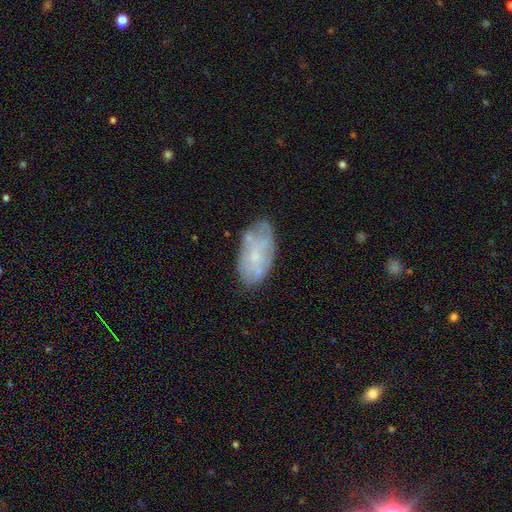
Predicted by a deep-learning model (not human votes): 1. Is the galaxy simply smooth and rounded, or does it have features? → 47% featured or disk, 45% smooth, 8% star or artifact.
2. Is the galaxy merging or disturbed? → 66% none, 23% minor disturbance, 7% major disturbance, 4% merger.